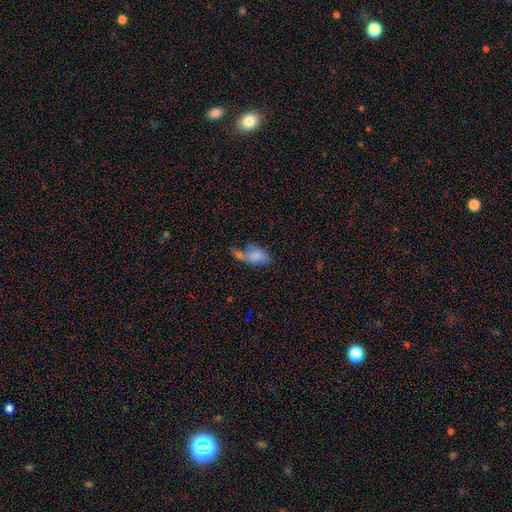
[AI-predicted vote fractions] Smooth or featured?
  - smooth: 73% *
  - featured or disk: 16%
  - star or artifact: 11%
How rounded?
  - in between: 90% *
  - round: 6%
  - cigar-shaped: 4%
Merging?
  - merger: 35% *
  - none: 28%
  - minor disturbance: 19%
  - major disturbance: 18%